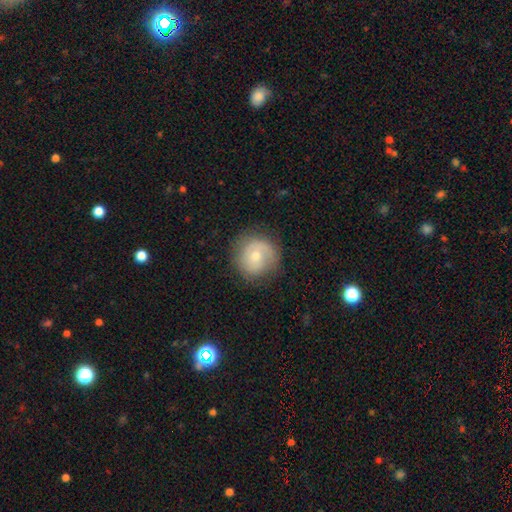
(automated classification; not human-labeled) Q: Smooth or featured?
A: smooth (47%); runner-up: featured or disk (45%)
Q: Merging?
A: none (77%); runner-up: minor disturbance (15%)